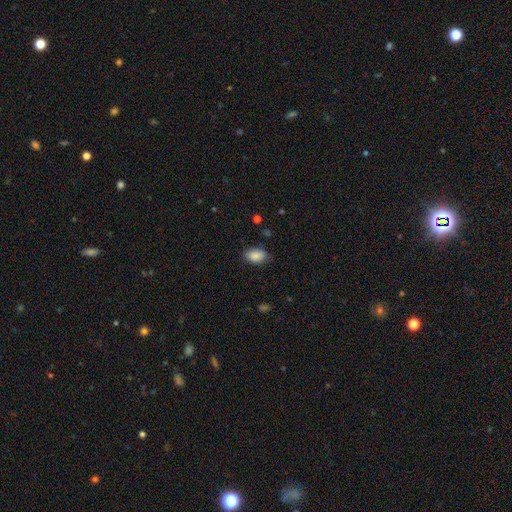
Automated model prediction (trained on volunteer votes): Smooth or featured? smooth (87%)
How rounded? in between (91%)
Merging? none (78%)